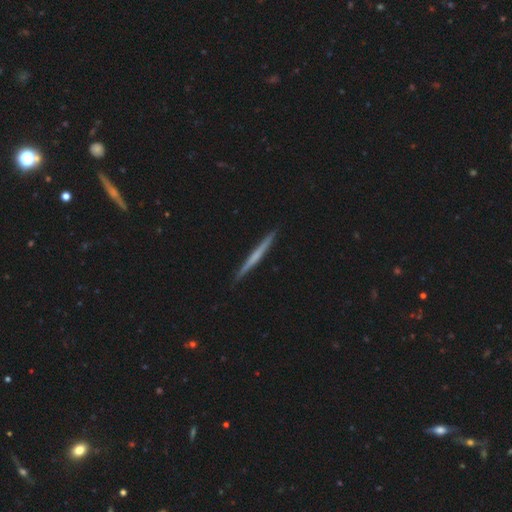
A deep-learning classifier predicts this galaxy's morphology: Smooth or featured? featured or disk (54%)
Edge-on disk? yes (98%)
Edge-on bulge? none (81%)
Merging? none (92%)